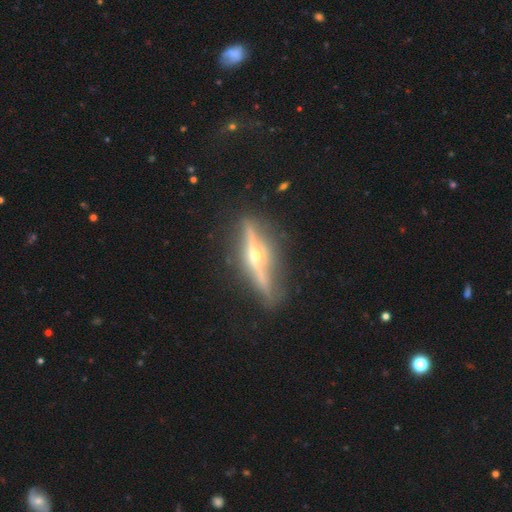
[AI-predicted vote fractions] Smooth or featured? featured or disk (84%)
Edge-on disk? yes (95%)
Edge-on bulge? rounded (92%)
Merging? none (82%)